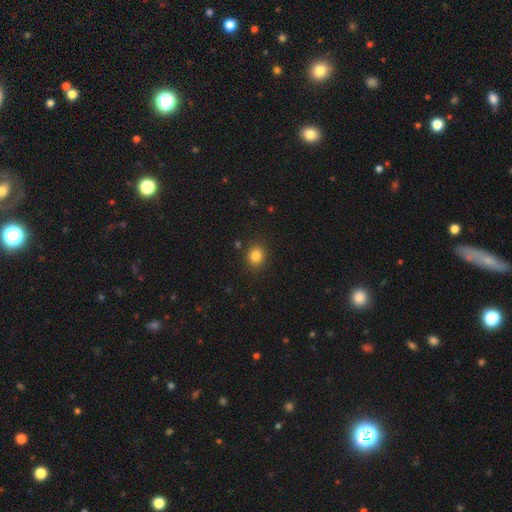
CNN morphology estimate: Smooth or featured: smooth — 83% (star or artifact — 12%)
How rounded: round — 78% (in between — 21%)
Merging: none — 87% (minor disturbance — 8%)